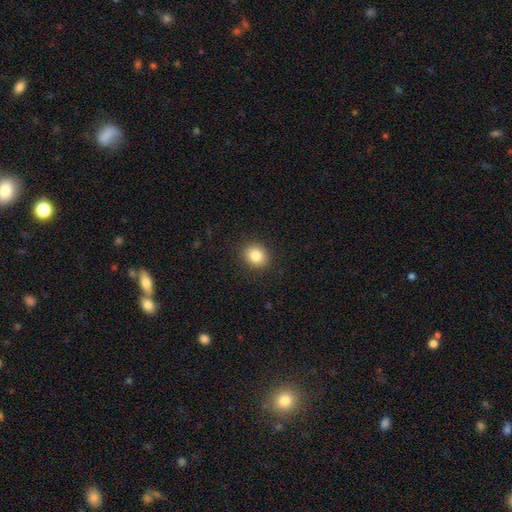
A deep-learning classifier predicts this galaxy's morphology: Smooth or featured? Predicted: smooth (p=0.85). How rounded? Predicted: round (p=0.74). Merging? Predicted: none (p=0.90).